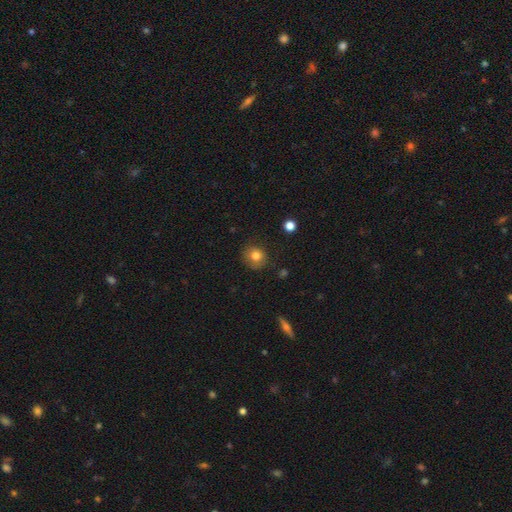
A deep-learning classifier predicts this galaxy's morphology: smooth-or-featured: smooth: 78% | star or artifact: 11% | featured or disk: 11%
  how-rounded: round: 84% | in between: 15% | cigar-shaped: 1%
  merging: none: 75% | minor disturbance: 18% | major disturbance: 5% | merger: 2%